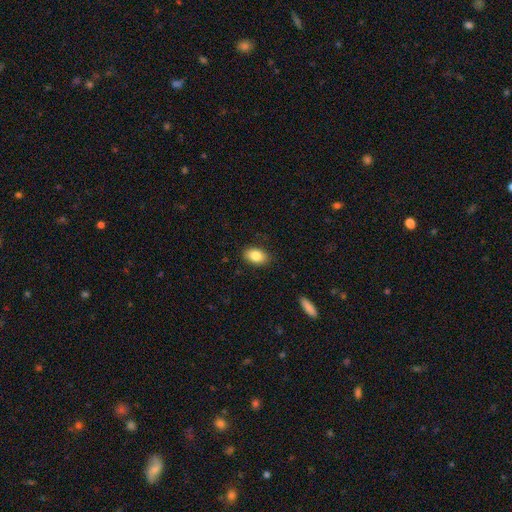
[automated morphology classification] The model was most divided on "how rounded": in between: 88%, round: 11%, cigar-shaped: 1%. More confident: merging — none (88%); smooth or featured — smooth (86%).